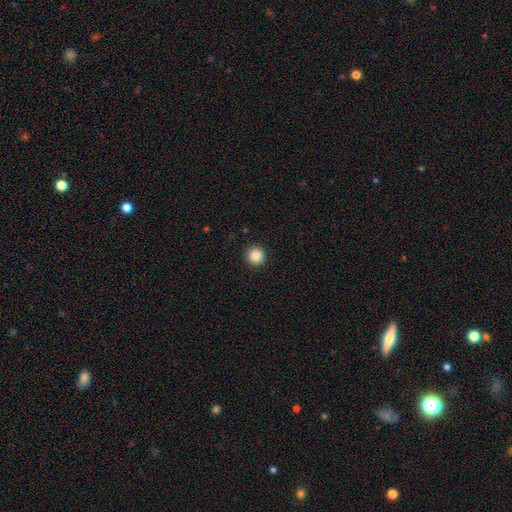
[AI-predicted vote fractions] A smooth galaxy with no disk features (87%) that is round (96%). Merging: none (93%).